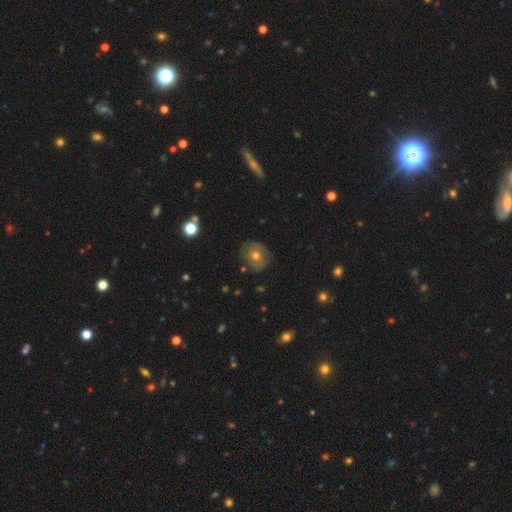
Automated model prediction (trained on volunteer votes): Smooth or featured?
  - featured or disk: 44% * (tied)
  - smooth: 44% * (tied)
  - star or artifact: 12%
Merging?
  - none: 73% *
  - minor disturbance: 19%
  - major disturbance: 6%
  - merger: 2%